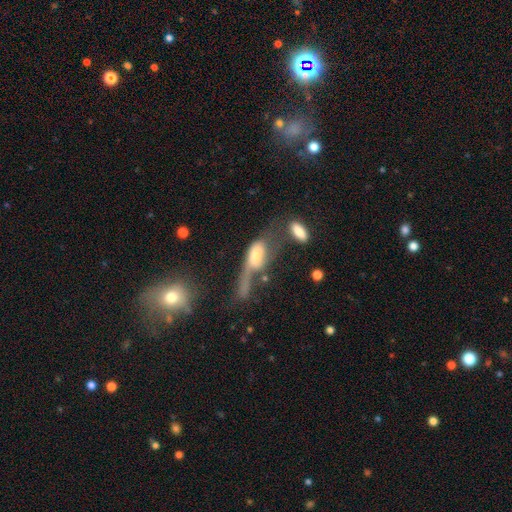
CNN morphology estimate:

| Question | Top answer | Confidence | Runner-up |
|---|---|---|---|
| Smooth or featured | smooth | 51% | featured or disk (39%) |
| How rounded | in between | 76% | cigar-shaped (18%) |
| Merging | major disturbance | 43% | merger (32%) |